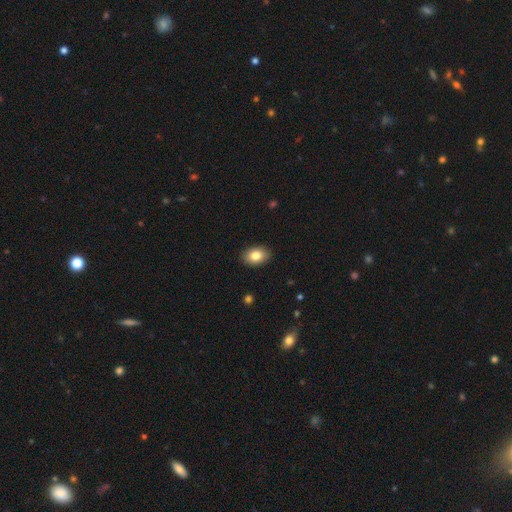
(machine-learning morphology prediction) smooth-or-featured: smooth: 83% | featured or disk: 9% | star or artifact: 8%
  how-rounded: in between: 84% | round: 15% | cigar-shaped: 1%
  merging: none: 90% | minor disturbance: 7% | major disturbance: 2% | merger: 1%